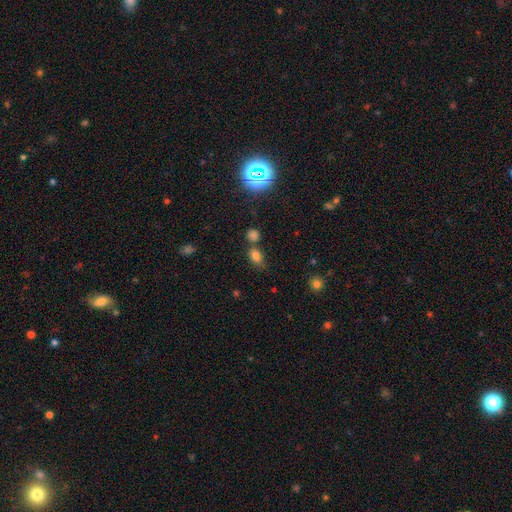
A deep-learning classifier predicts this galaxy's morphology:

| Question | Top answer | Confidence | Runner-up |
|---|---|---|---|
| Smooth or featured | smooth | 77% | star or artifact (16%) |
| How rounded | in between | 77% | round (20%) |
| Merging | none | 58% | merger (22%) |